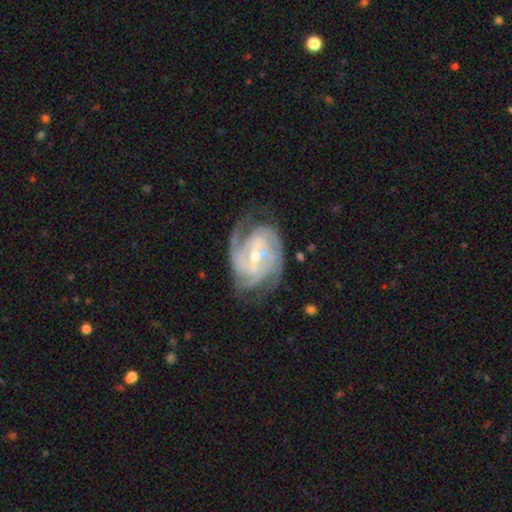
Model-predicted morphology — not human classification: featured or disk 90%, smooth 6%, star or artifact 5%. Down the decision tree: edge-on disk — no (97%); bar — weak (44%); spiral arms — yes (97%); spiral arm count — 3 (30%); spiral winding — tight (56%); bulge size — small (55%); merging — none (67%).